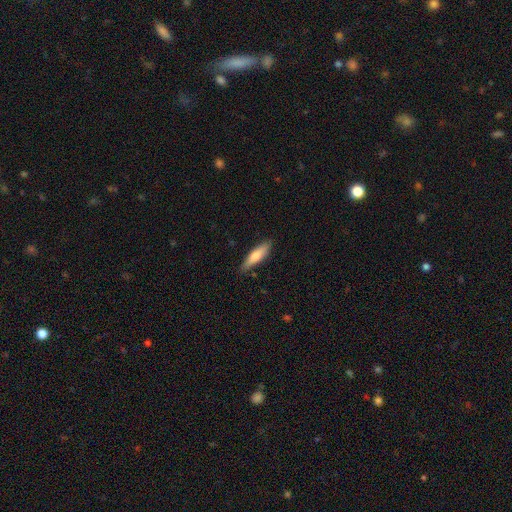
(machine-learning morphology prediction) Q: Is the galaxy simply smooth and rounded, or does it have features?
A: smooth — 73%.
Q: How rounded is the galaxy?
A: cigar-shaped — 68%.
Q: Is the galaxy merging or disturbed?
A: none — 83%.